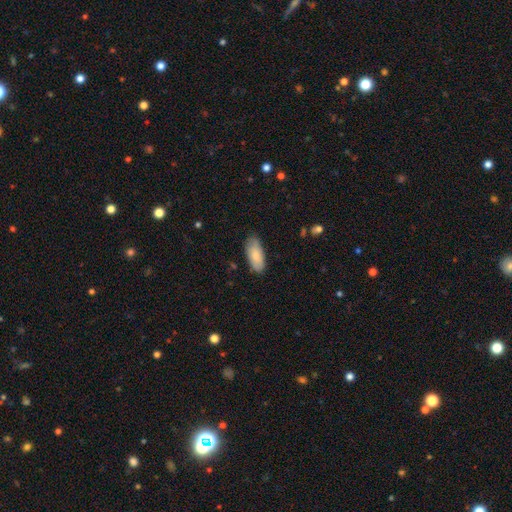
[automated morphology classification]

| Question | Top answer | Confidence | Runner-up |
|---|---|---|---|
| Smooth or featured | smooth | 83% | featured or disk (11%) |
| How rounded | in between | 87% | cigar-shaped (11%) |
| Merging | none | 78% | minor disturbance (18%) |